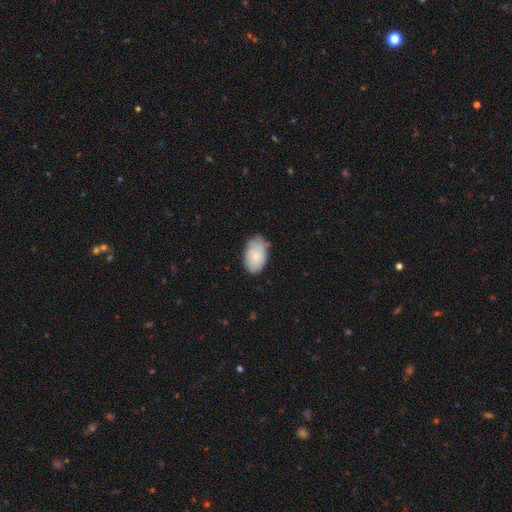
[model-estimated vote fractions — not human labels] Smooth or featured?
  - smooth: 79% *
  - featured or disk: 15%
  - star or artifact: 6%
How rounded?
  - in between: 93% *
  - round: 6%
  - cigar-shaped: 1%
Merging?
  - none: 68% *
  - minor disturbance: 27%
  - major disturbance: 4%
  - merger: 1%